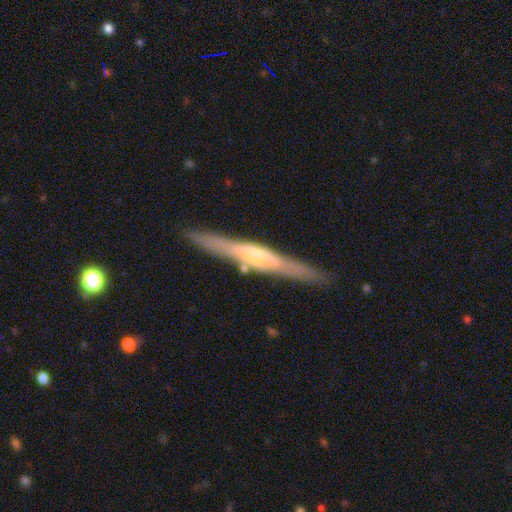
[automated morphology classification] featured or disk 77%, smooth 17%, star or artifact 6%. Down the decision tree: edge-on disk — yes (97%); edge-on bulge — rounded (73%); merging — none (88%).